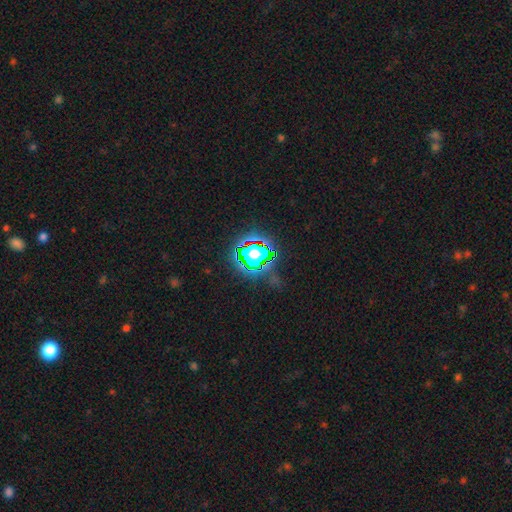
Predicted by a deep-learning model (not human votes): star or artifact 58%, smooth 28%, featured or disk 14%.